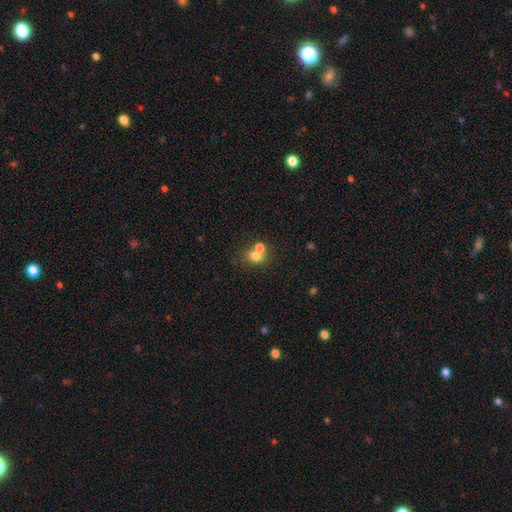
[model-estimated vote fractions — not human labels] A smooth galaxy with no disk features (73%) that is round (59%).

Vote fractions:
- Smooth or featured? smooth: 73% / star or artifact: 14% / featured or disk: 13%
- How rounded? round: 59% / in between: 40% / cigar-shaped: 1%
- Merging? merger: 45% / none: 42% / minor disturbance: 8% / major disturbance: 4%